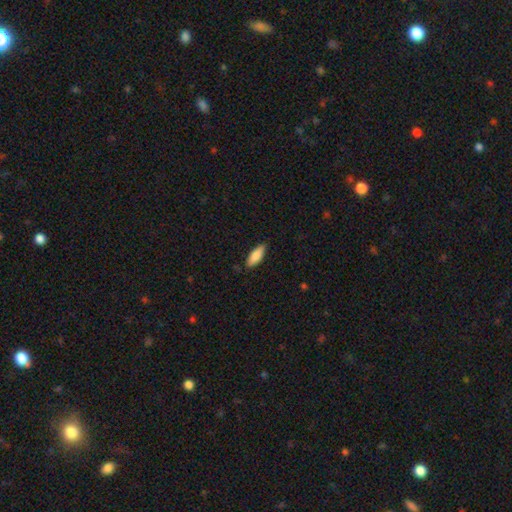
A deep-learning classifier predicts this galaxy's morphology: Smooth or featured? smooth (84%)
How rounded? in between (65%)
Merging? none (85%)